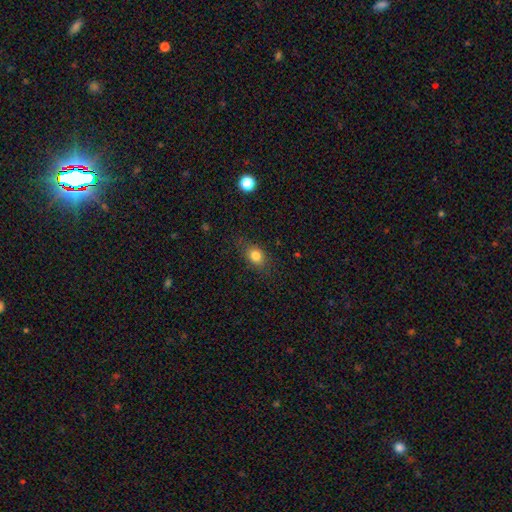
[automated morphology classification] Smooth or featured? Predicted: smooth (p=0.81). How rounded? Predicted: in between (p=0.61). Merging? Predicted: none (p=0.81).